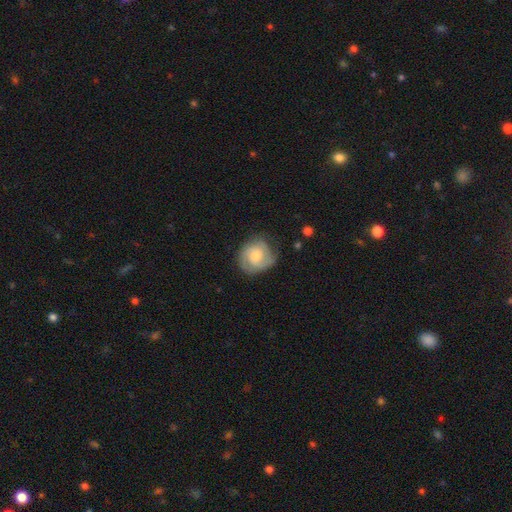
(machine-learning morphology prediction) Smooth or featured?
  - featured or disk: 65% *
  - smooth: 29%
  - star or artifact: 6%
Edge-on disk?
  - no: 98% *
  - yes: 2%
Bar?
  - no: 63% *
  - weak: 33%
  - strong: 4%
Spiral arms?
  - yes: 93% *
  - no: 7%
Spiral winding?
  - tight: 53% *
  - medium: 37%
  - loose: 10%
Spiral arm count?
  - 2: 53% *
  - 3: 19%
  - can't tell: 18%
  - 1: 4%
  - 4: 3%
  - more than 4: 3%
Bulge size?
  - moderate: 45% *
  - small: 40%
  - large: 7%
  - none: 7%
  - dominant: 1%
Merging?
  - none: 71% *
  - minor disturbance: 20%
  - major disturbance: 7%
  - merger: 1%